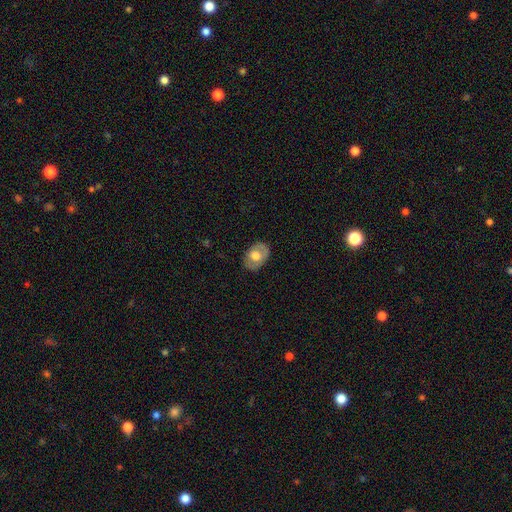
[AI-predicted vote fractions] Q: Smooth or featured?
A: smooth (58%); runner-up: featured or disk (35%)
Q: How rounded?
A: in between (74%); runner-up: round (25%)
Q: Merging?
A: none (80%); runner-up: minor disturbance (15%)